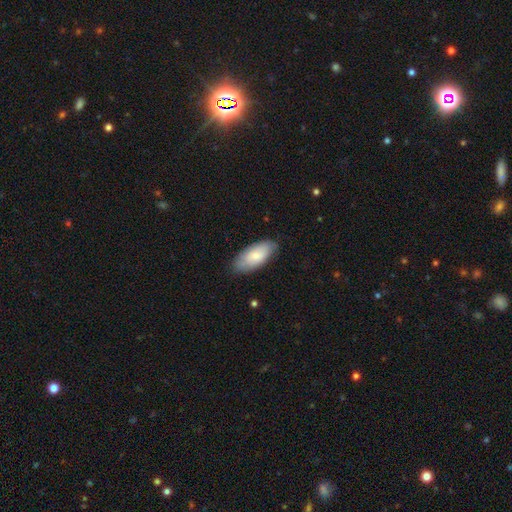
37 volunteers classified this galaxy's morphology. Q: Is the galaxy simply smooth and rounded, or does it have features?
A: smooth — 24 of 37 (65%).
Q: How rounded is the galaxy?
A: in between — 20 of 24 (83%).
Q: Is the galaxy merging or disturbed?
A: none — 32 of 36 (89%).